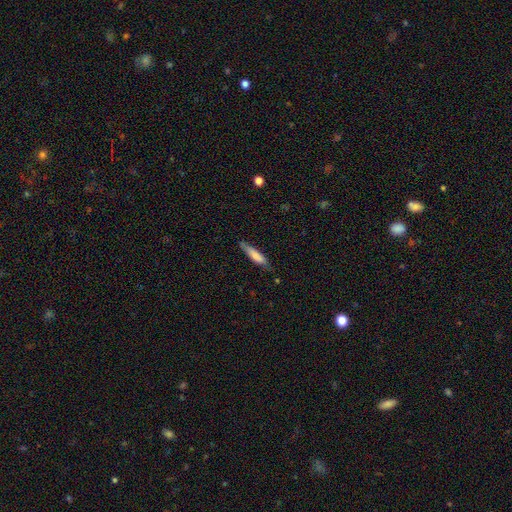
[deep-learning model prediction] smooth_or_featured: smooth (p=0.74) [alt: featured or disk p=0.20]
how_rounded: cigar-shaped (p=0.82) [alt: in between p=0.17]
merging: none (p=0.75) [alt: minor disturbance p=0.20]